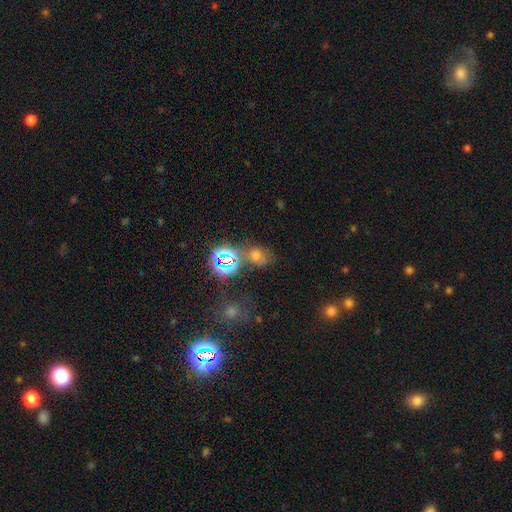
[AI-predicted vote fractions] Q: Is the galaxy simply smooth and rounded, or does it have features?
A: star or artifact — 54%.